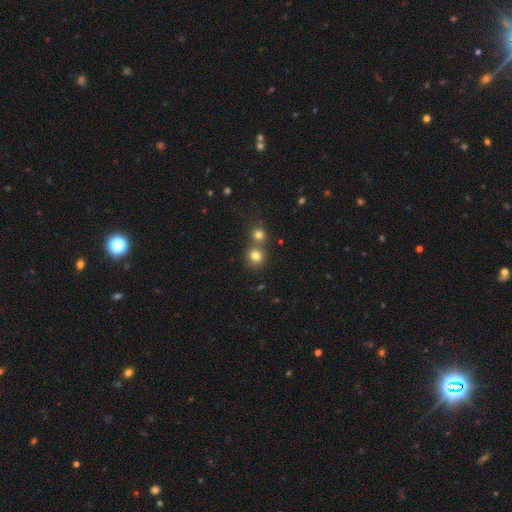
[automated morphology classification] Smooth or featured? Predicted: smooth (p=0.79). How rounded? Predicted: round (p=0.82). Merging? Predicted: none (p=0.56).